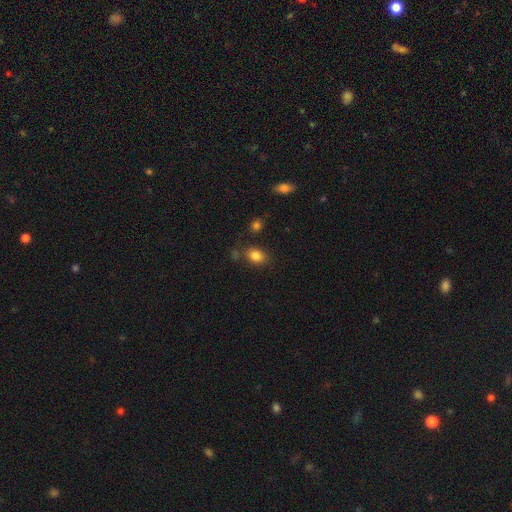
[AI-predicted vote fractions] Overall: smooth (83%). How rounded: in between (65%; round 33%). Merging: none (76%).